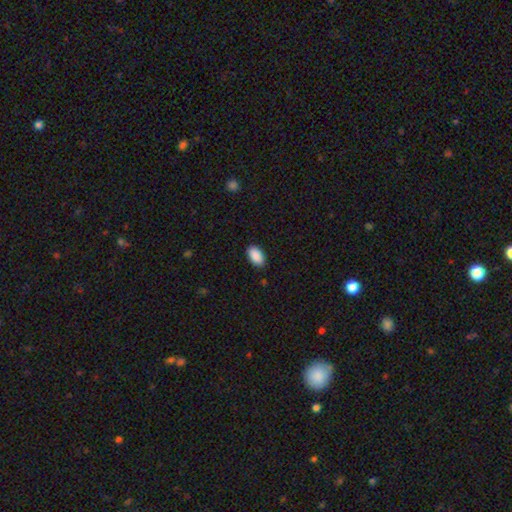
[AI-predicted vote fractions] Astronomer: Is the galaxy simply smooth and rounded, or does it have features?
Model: smooth — 91%.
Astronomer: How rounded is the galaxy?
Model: in between — 95%.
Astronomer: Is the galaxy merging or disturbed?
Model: none — 88%.